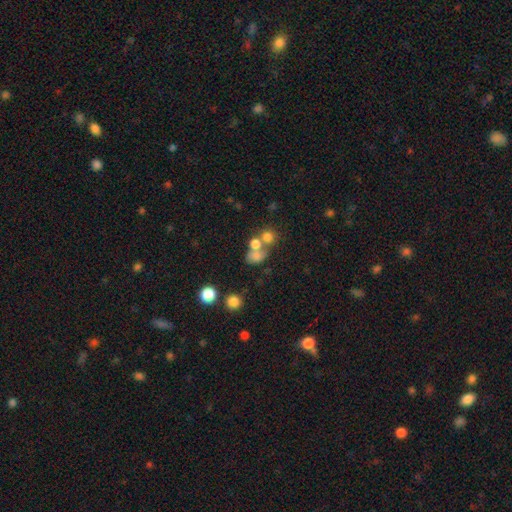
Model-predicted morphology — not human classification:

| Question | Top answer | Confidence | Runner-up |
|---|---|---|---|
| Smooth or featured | smooth | 45% | star or artifact (39%) |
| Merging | none | 48% | merger (37%) |